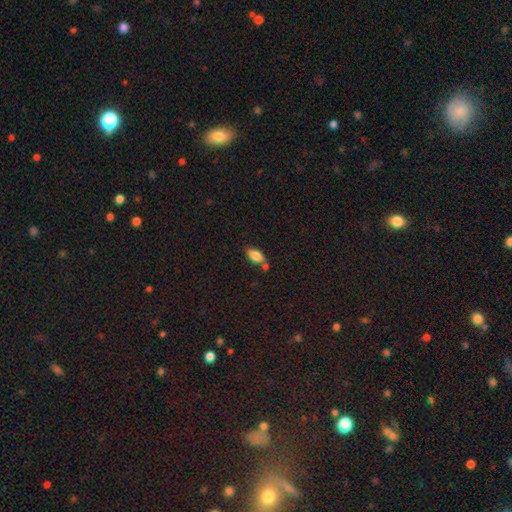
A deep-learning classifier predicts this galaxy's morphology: The model was most divided on "merging": none: 60%, merger: 19%, minor disturbance: 16%, major disturbance: 4%. More confident: how rounded — in between (88%); smooth or featured — smooth (80%).